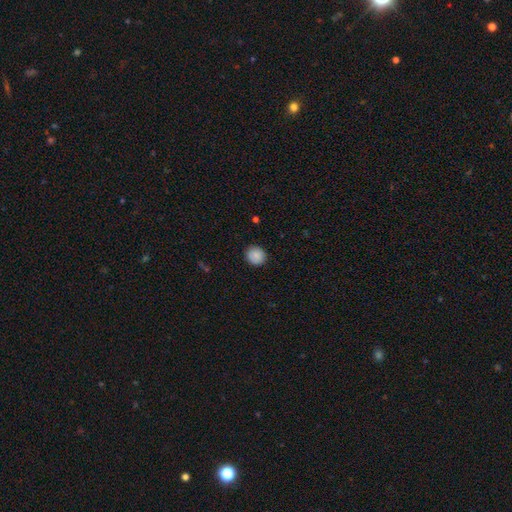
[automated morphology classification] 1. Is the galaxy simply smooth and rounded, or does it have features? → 87% smooth, 8% star or artifact, 5% featured or disk.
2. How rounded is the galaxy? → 87% round, 12% in between, 1% cigar-shaped.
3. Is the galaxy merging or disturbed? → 89% none, 8% minor disturbance, 2% major disturbance, 1% merger.